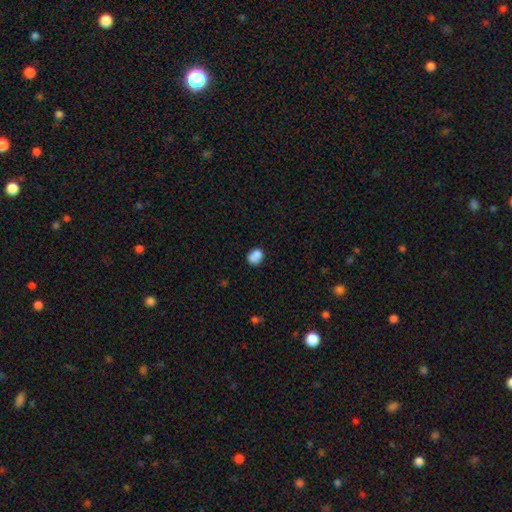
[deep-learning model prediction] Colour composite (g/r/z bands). It shows a smooth galaxy with no disk features (83%) that is in between round and cigar-shaped (53%). Merging: none (60%).